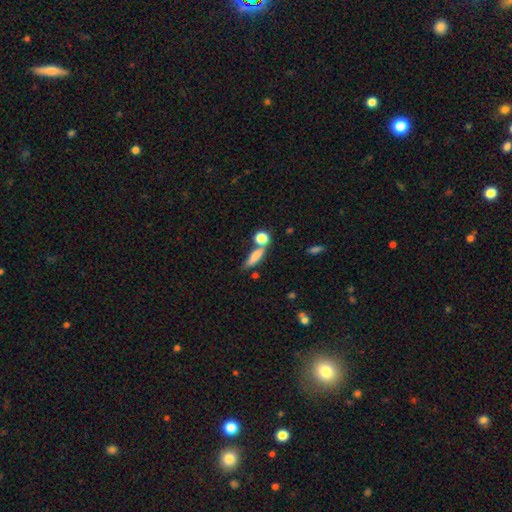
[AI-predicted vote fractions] Smooth or featured?
  - smooth: 75% *
  - featured or disk: 16%
  - star or artifact: 9%
How rounded?
  - cigar-shaped: 53% *
  - in between: 35%
  - round: 12%
Merging?
  - none: 57% *
  - merger: 23%
  - minor disturbance: 14%
  - major disturbance: 6%